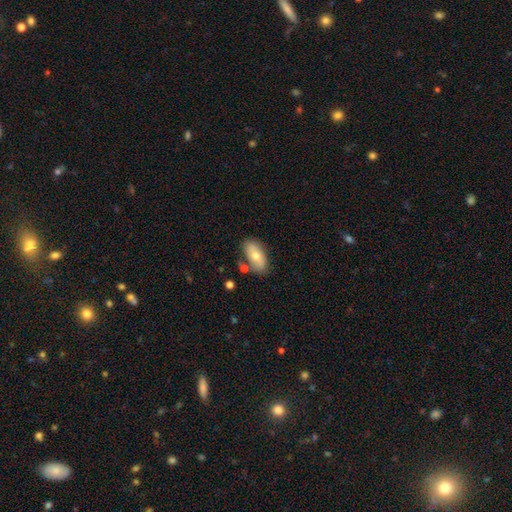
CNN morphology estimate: type=smooth (66%); roundness=in between (92%); merging=none (73%).